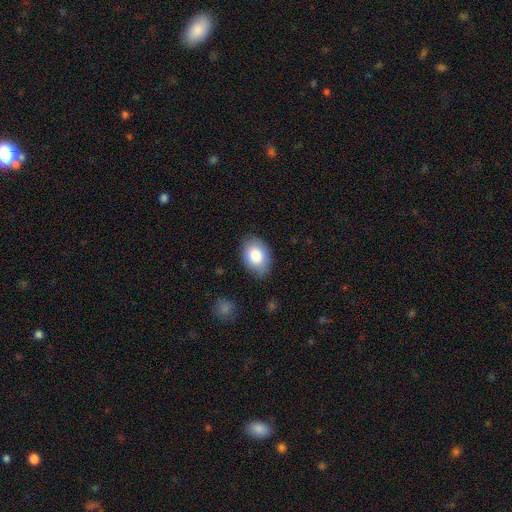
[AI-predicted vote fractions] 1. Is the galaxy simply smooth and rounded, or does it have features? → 84% smooth, 9% featured or disk, 7% star or artifact.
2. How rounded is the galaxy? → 83% in between, 16% round, 1% cigar-shaped.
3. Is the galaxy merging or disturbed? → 81% none, 15% minor disturbance, 3% major disturbance, 1% merger.